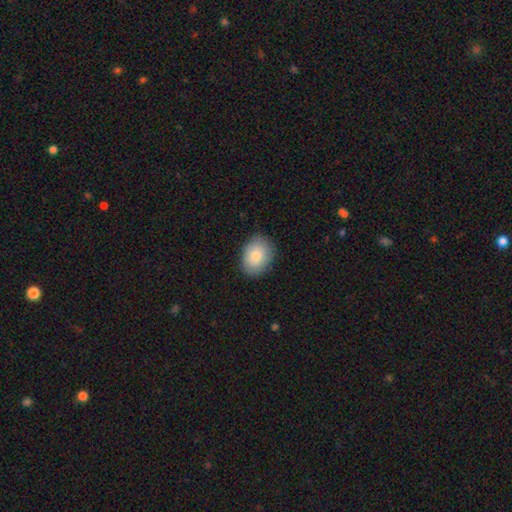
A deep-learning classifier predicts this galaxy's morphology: Smooth or featured? Predicted: smooth (p=0.81). How rounded? Predicted: in between (p=0.64). Merging? Predicted: none (p=0.84).